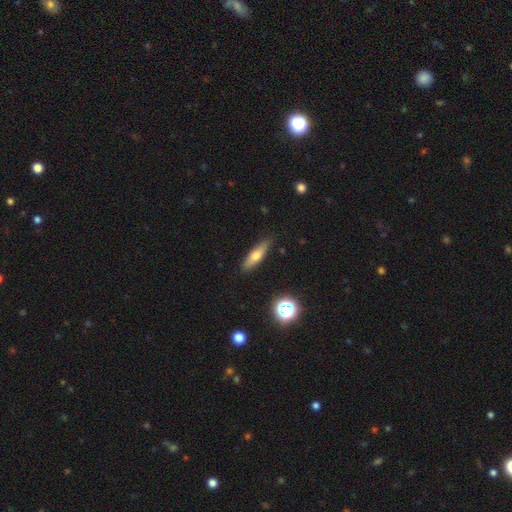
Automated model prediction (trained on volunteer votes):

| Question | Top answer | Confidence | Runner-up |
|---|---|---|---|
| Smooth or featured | smooth | 57% | featured or disk (35%) |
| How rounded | cigar-shaped | 66% | in between (31%) |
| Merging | none | 86% | minor disturbance (10%) |